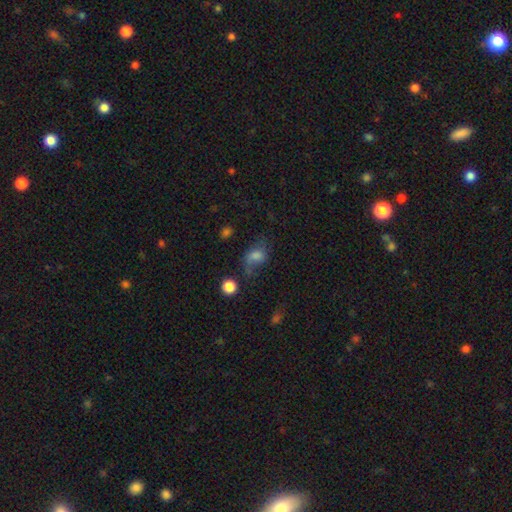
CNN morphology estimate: smooth_or_featured: smooth (p=0.61) [alt: featured or disk p=0.23]
how_rounded: in between (p=0.65) [alt: round p=0.33]
merging: none (p=0.43) [alt: minor disturbance p=0.27]